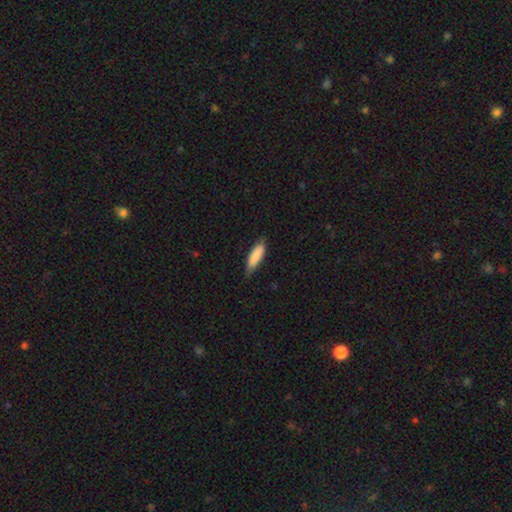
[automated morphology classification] Q: Smooth or featured?
A: smooth (85%); runner-up: featured or disk (10%)
Q: How rounded?
A: cigar-shaped (52%); runner-up: in between (46%)
Q: Merging?
A: none (68%); runner-up: minor disturbance (27%)